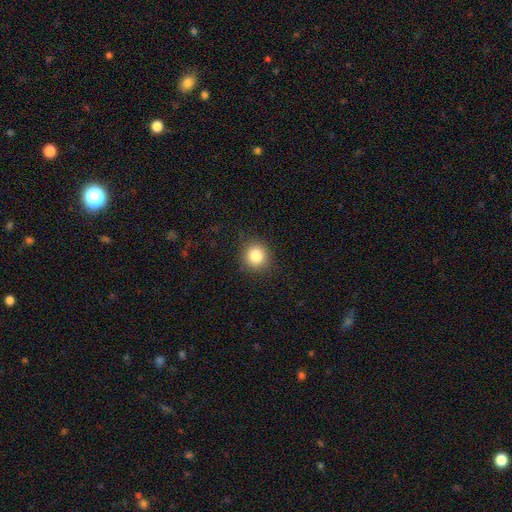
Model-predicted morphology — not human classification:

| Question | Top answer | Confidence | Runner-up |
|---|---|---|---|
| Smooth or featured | smooth | 84% | star or artifact (10%) |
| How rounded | round | 90% | in between (9%) |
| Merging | none | 88% | minor disturbance (8%) |